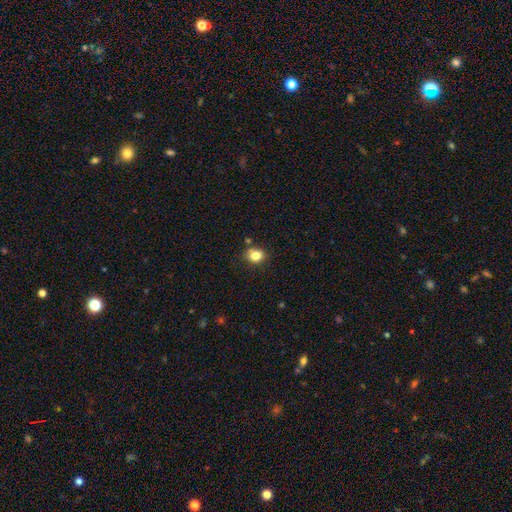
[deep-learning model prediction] Q: Smooth or featured?
A: smooth (81%); runner-up: star or artifact (11%)
Q: How rounded?
A: round (60%); runner-up: in between (39%)
Q: Merging?
A: none (75%); runner-up: minor disturbance (15%)